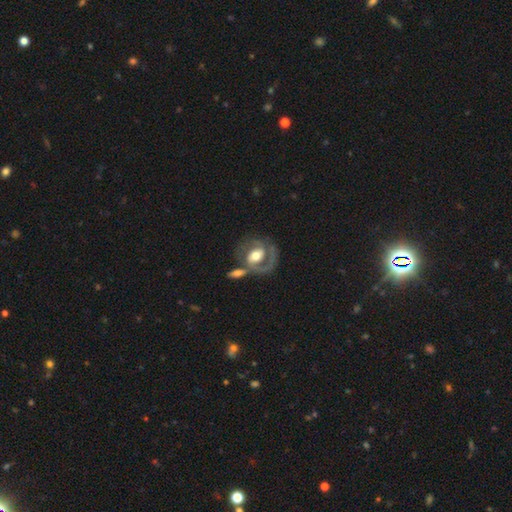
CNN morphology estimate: This appears to be a featured or disk galaxy (73%) with no bar (49%), 2 (51%) tight (45%) spiral arms (76%) and a moderate central bulge (61%). Merging: none (44%).